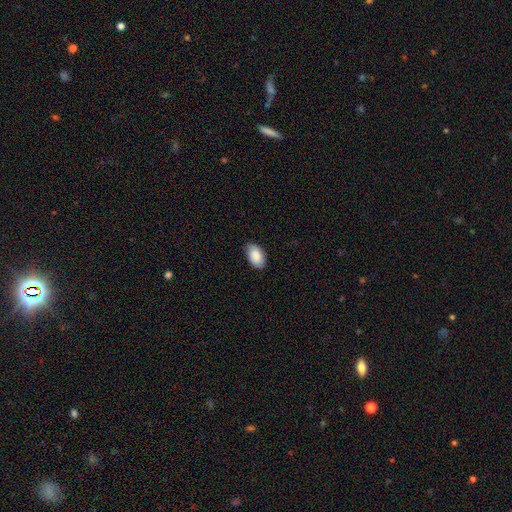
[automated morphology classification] Smooth or featured: smooth — 88% (featured or disk — 6%)
How rounded: in between — 94% (round — 5%)
Merging: none — 80% (minor disturbance — 17%)